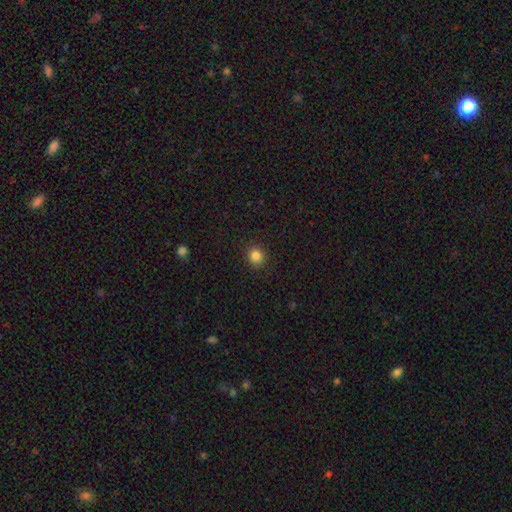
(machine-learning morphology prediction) The model was most divided on "smooth or featured": smooth: 85%, star or artifact: 11%, featured or disk: 4%. More confident: merging — none (91%); how rounded — round (87%).